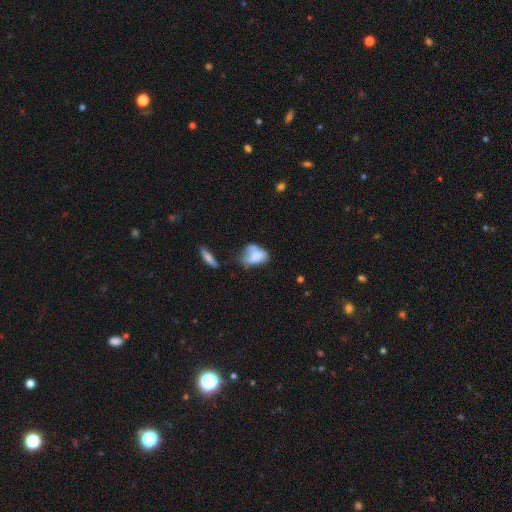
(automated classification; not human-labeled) Smooth or featured? Predicted: smooth (p=0.65). How rounded? Predicted: in between (p=0.83). Merging? Predicted: minor disturbance (p=0.25, tied with none, merger and major disturbance).